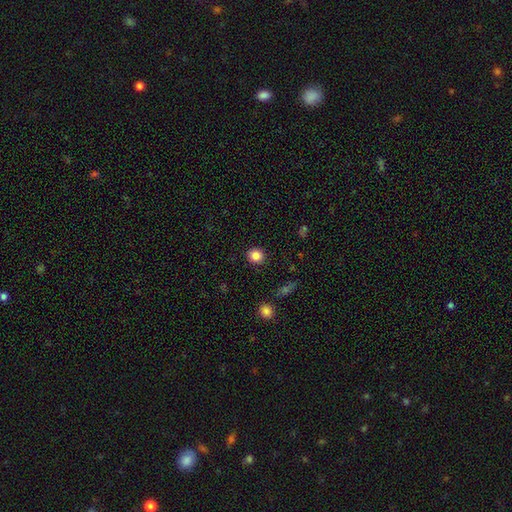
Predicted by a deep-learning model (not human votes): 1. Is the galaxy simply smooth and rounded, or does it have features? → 84% smooth, 11% star or artifact, 5% featured or disk.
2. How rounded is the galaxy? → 84% round, 15% in between, 1% cigar-shaped.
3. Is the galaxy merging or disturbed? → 90% none, 6% minor disturbance, 2% major disturbance, 1% merger.